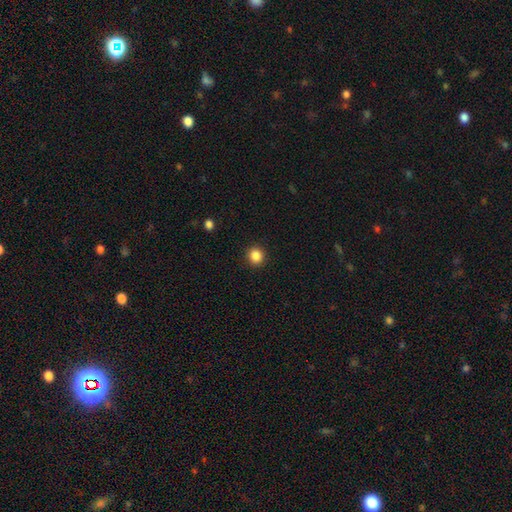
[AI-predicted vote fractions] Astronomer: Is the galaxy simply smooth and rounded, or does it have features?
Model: smooth — 86%.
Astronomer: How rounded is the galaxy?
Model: round — 89%.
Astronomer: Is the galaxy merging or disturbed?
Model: none — 92%.